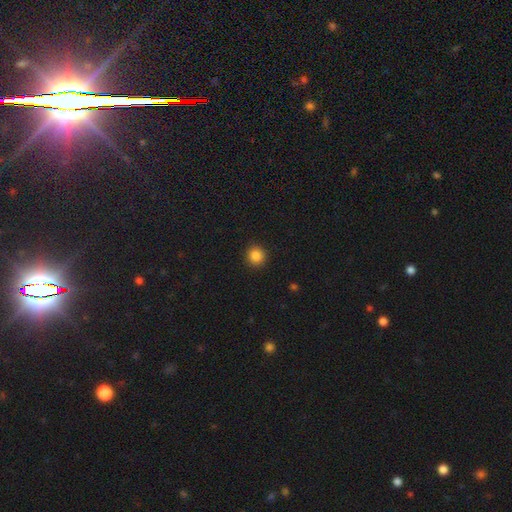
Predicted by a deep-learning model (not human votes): A smooth galaxy with no disk features (86%) that is round (93%).

Vote fractions:
- Smooth or featured? smooth: 86% / star or artifact: 10% / featured or disk: 3%
- How rounded? round: 93% / in between: 7% / cigar-shaped: 1%
- Merging? none: 92% / minor disturbance: 6% / major disturbance: 2% / merger: 1%